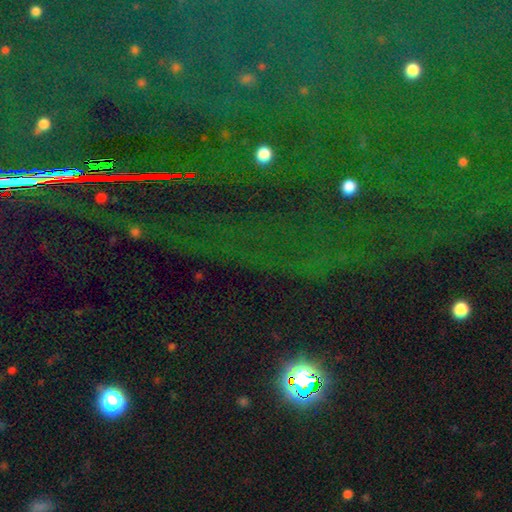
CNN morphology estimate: type=star or artifact (81%).